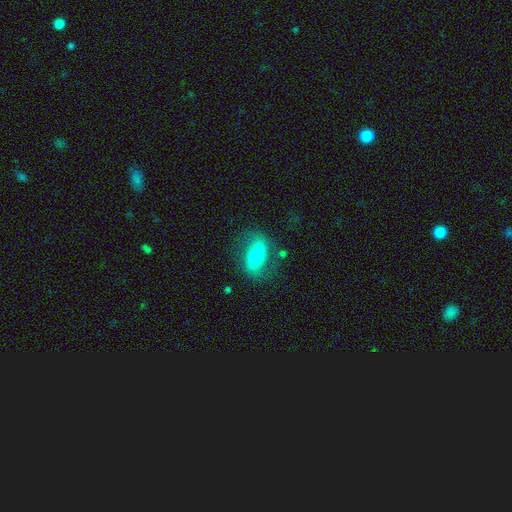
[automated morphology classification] A featured or disk galaxy (51%). Merging: none (70%).